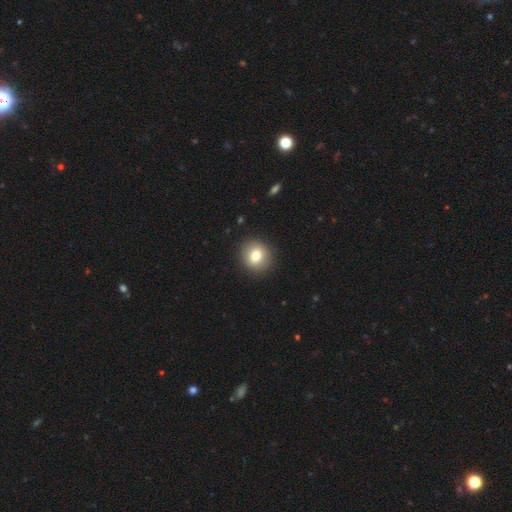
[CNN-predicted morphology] Smooth or featured? smooth (77%)
How rounded? round (85%)
Merging? none (90%)